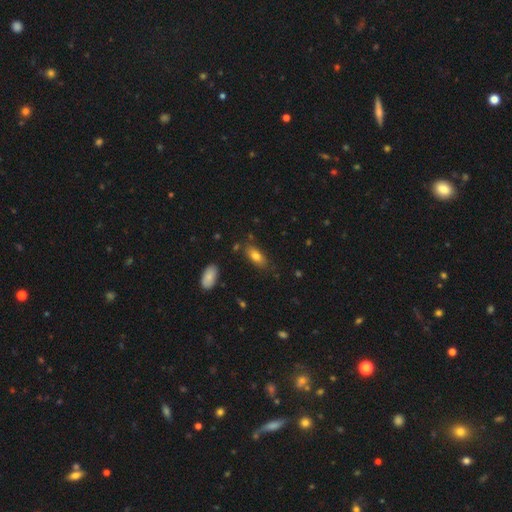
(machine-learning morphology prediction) The model was most divided on "merging": none: 77%, minor disturbance: 16%, major disturbance: 4%, merger: 4%. More confident: how rounded — in between (83%); smooth or featured — smooth (76%).